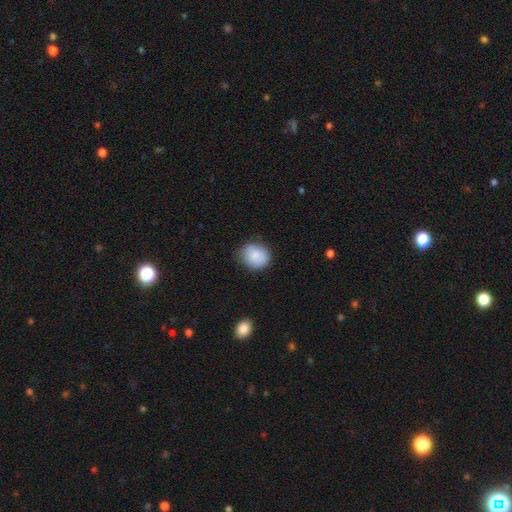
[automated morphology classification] The model was most divided on "how rounded": round: 67%, in between: 32%, cigar-shaped: 1%. More confident: smooth or featured — smooth (87%); merging — none (73%).